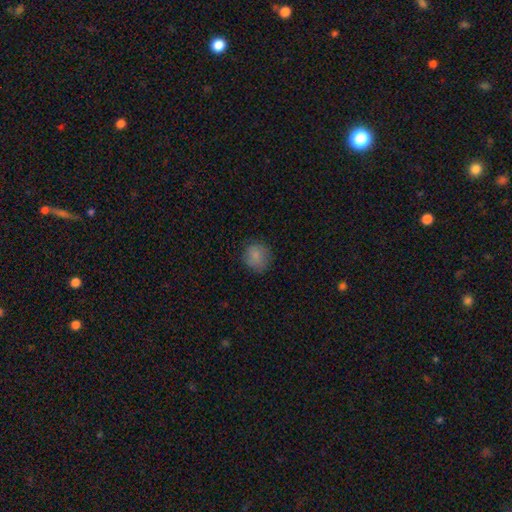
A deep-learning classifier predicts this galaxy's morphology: Q: Smooth or featured?
A: smooth (83%); runner-up: star or artifact (10%)
Q: How rounded?
A: round (83%); runner-up: in between (16%)
Q: Merging?
A: none (78%); runner-up: minor disturbance (16%)